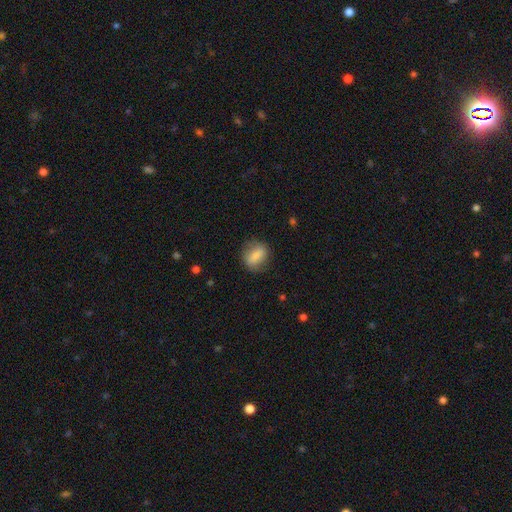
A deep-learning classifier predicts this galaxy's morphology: Q: Smooth or featured?
A: smooth (73%); runner-up: featured or disk (19%)
Q: How rounded?
A: in between (58%); runner-up: round (38%)
Q: Merging?
A: none (74%); runner-up: minor disturbance (18%)